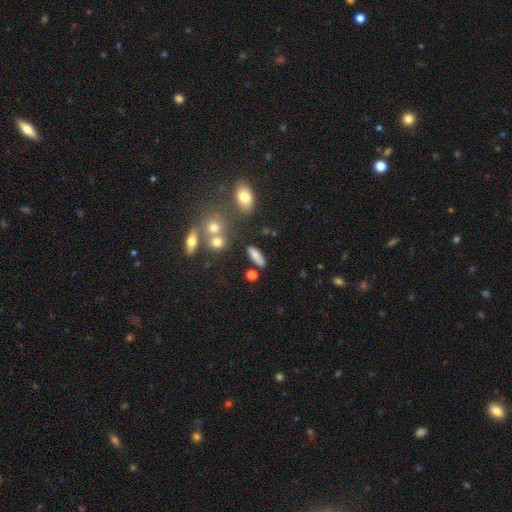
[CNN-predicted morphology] A smooth galaxy with no disk features (78%) that is in between round and cigar-shaped (51%). Merging: none (77%).